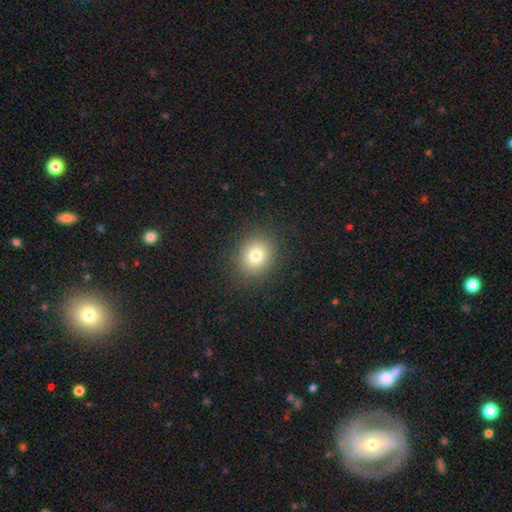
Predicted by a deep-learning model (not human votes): Q: Smooth or featured?
A: smooth (79%); runner-up: star or artifact (12%)
Q: How rounded?
A: round (74%); runner-up: in between (25%)
Q: Merging?
A: none (88%); runner-up: minor disturbance (8%)